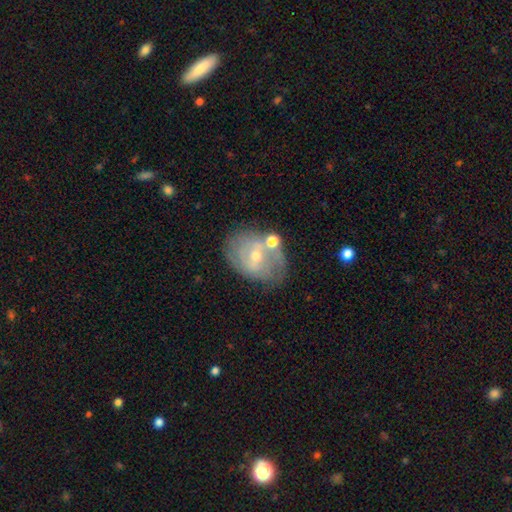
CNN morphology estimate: This appears to be a featured or disk galaxy (68%) with a weak bar (45%), spiral arms (70%) and a small central bulge (56%). Merging: none (58%).